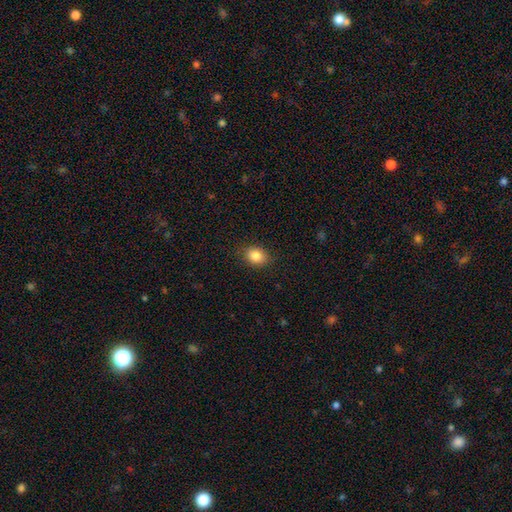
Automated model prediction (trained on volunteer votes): Smooth or featured? smooth (85%)
How rounded? in between (50%)
Merging? none (88%)